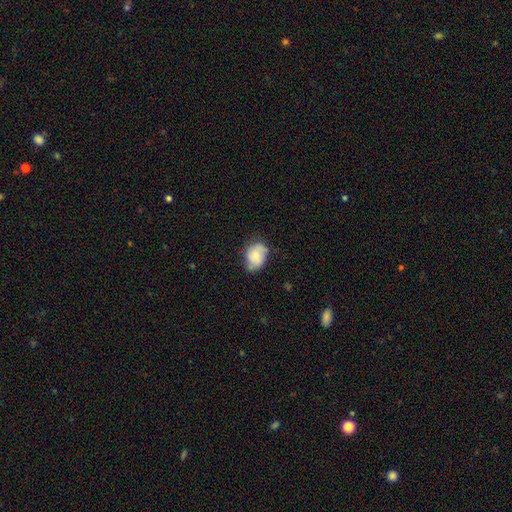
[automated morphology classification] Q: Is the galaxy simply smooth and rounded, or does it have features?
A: smooth — 63%.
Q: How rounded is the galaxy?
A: in between — 70%.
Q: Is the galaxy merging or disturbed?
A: none — 58%.